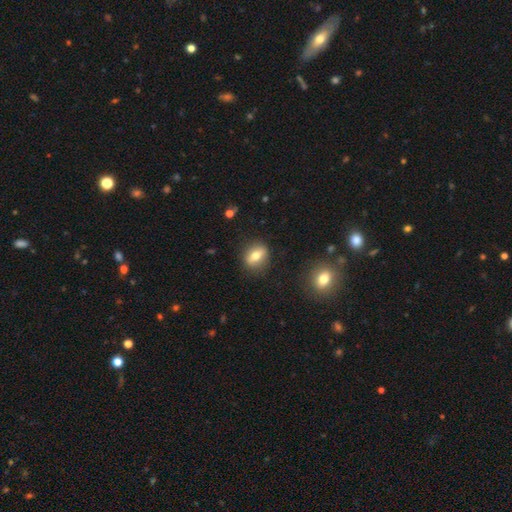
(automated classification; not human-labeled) smooth_or_featured: smooth (p=0.62) [alt: featured or disk p=0.28]
how_rounded: in between (p=0.54) [alt: round p=0.41]
merging: none (p=0.84) [alt: minor disturbance p=0.11]